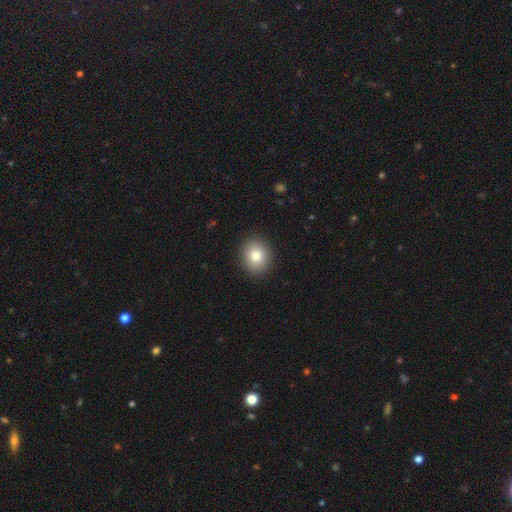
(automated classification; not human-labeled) A smooth galaxy with no disk features (81%) that is round (72%). Merging: none (91%).